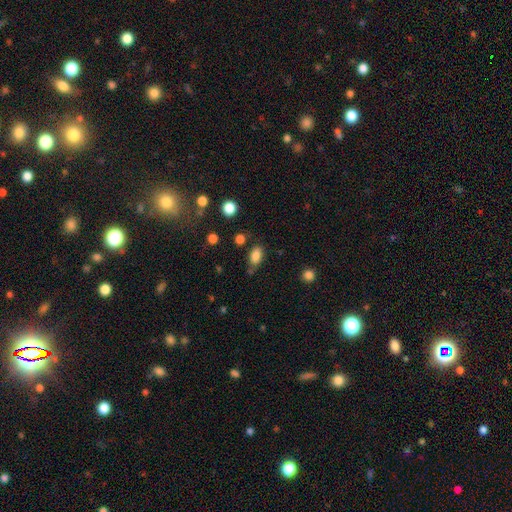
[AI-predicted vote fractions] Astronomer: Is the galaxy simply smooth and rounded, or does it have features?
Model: smooth — 85%.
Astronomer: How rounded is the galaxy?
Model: in between — 89%.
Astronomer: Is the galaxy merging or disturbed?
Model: none — 68%.